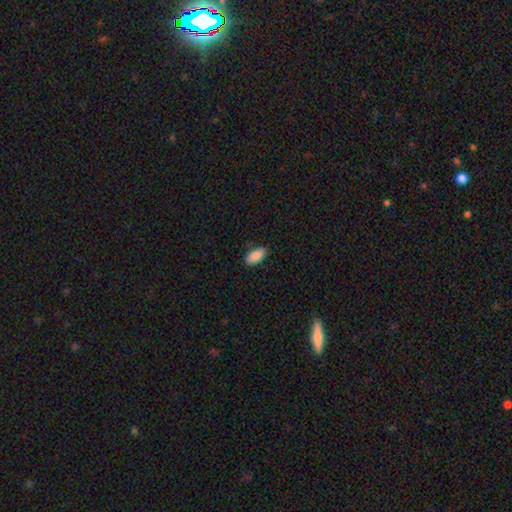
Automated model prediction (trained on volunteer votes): smooth 90%, star or artifact 7%, featured or disk 3%. Down the decision tree: how rounded — in between (92%); merging — none (85%).